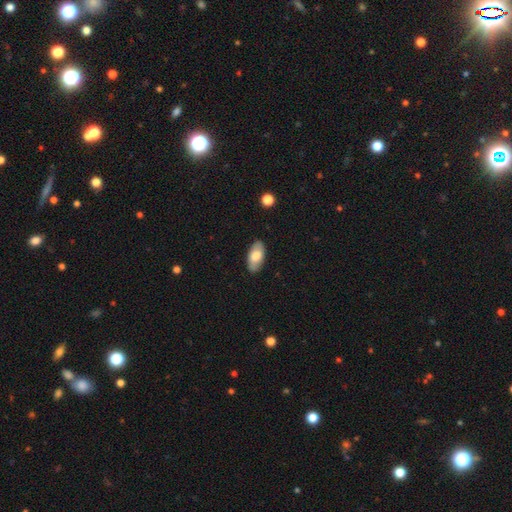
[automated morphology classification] This is likely a smooth galaxy (72%). How rounded: clearly in between (94%). Merging: clearly none (86%).